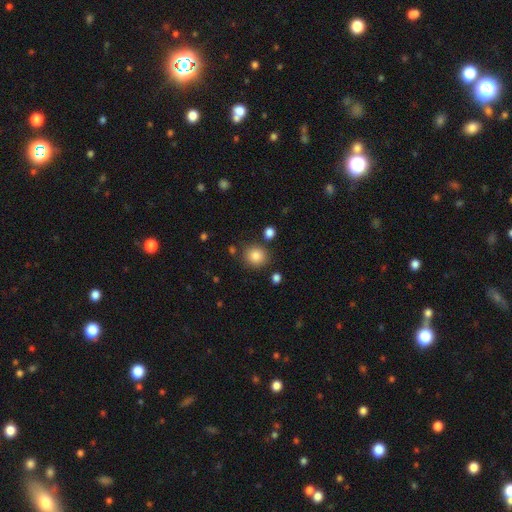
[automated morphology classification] Smooth or featured: smooth — 84% (star or artifact — 10%)
How rounded: round — 84% (in between — 15%)
Merging: none — 82% (minor disturbance — 10%)